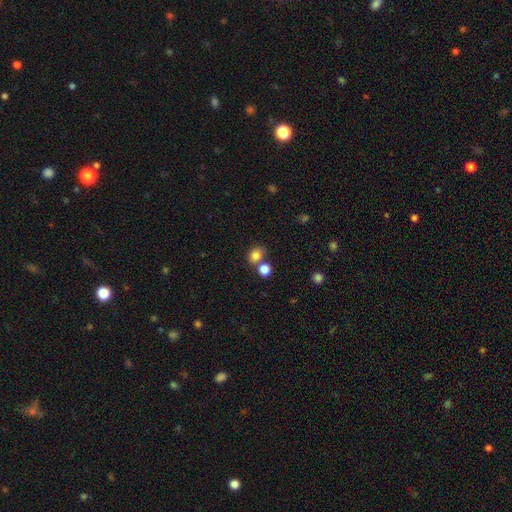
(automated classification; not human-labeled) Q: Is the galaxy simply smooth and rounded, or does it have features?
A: smooth — 80%.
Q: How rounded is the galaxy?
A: round — 59%.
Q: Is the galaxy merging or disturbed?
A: none — 53%.